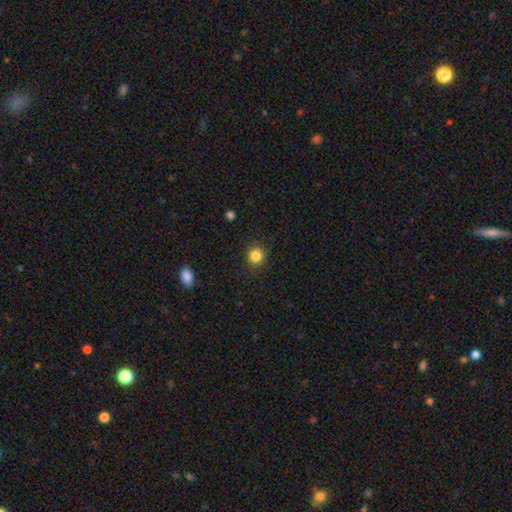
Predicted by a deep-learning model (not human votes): smooth_or_featured: smooth (p=0.85) [alt: star or artifact p=0.11]
how_rounded: round (p=0.90) [alt: in between p=0.09]
merging: none (p=0.90) [alt: minor disturbance p=0.06]